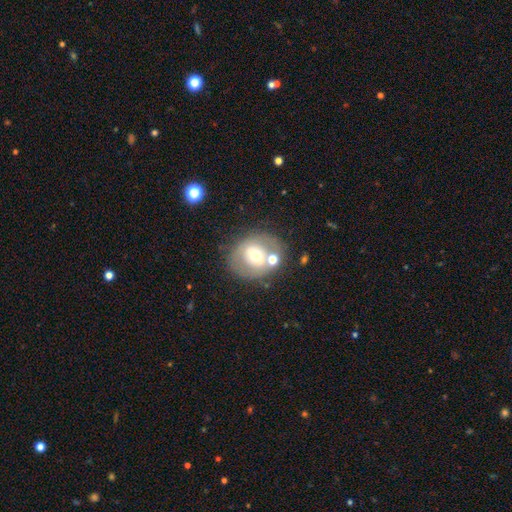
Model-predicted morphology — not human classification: smooth_or_featured: smooth (p=0.47) [alt: featured or disk p=0.43]
merging: none (p=0.64) [alt: merger p=0.15]